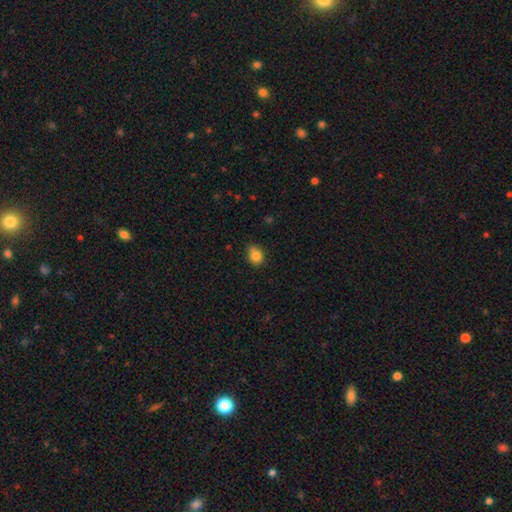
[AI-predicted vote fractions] Smooth or featured: smooth — 84% (star or artifact — 11%)
How rounded: round — 63% (in between — 36%)
Merging: none — 64% (minor disturbance — 28%)